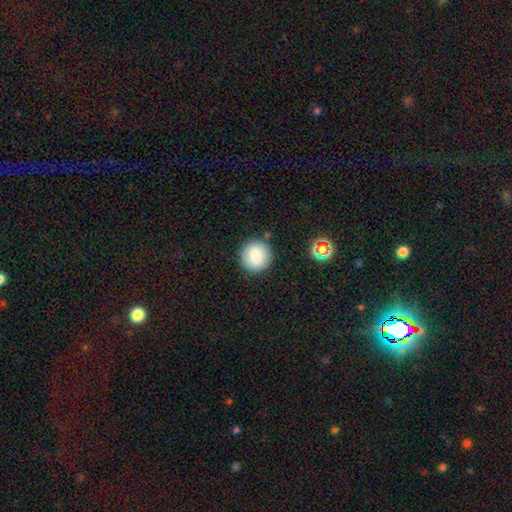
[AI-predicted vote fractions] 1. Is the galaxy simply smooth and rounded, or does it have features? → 84% smooth, 9% star or artifact, 7% featured or disk.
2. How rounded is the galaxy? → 90% round, 9% in between, 1% cigar-shaped.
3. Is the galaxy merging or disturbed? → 86% none, 9% minor disturbance, 3% major disturbance, 3% merger.